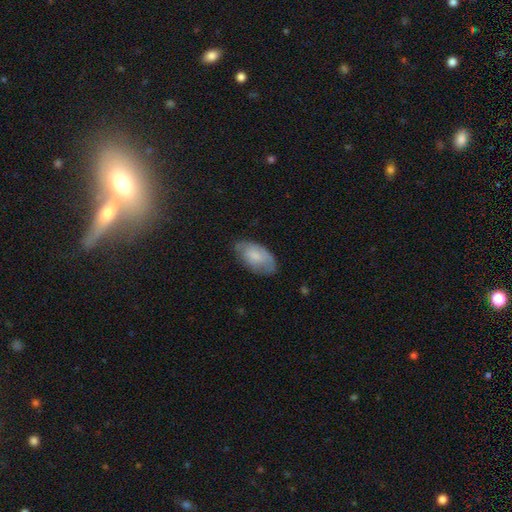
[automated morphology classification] Overall: smooth (71%). How rounded: in between (94%). Merging: none (65%; minor disturbance 28%).